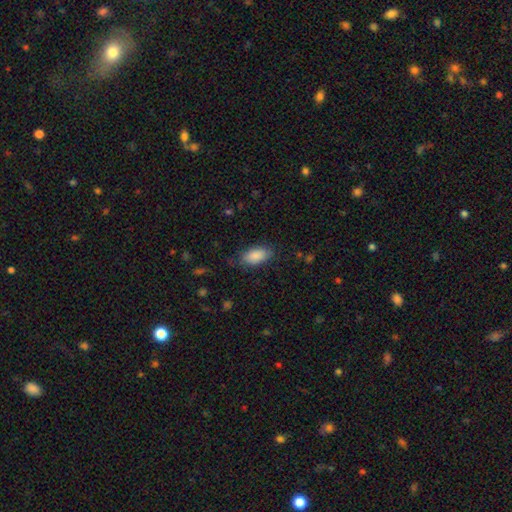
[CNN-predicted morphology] Q: Smooth or featured?
A: smooth (88%); runner-up: star or artifact (7%)
Q: How rounded?
A: in between (91%); runner-up: cigar-shaped (6%)
Q: Merging?
A: none (77%); runner-up: minor disturbance (17%)